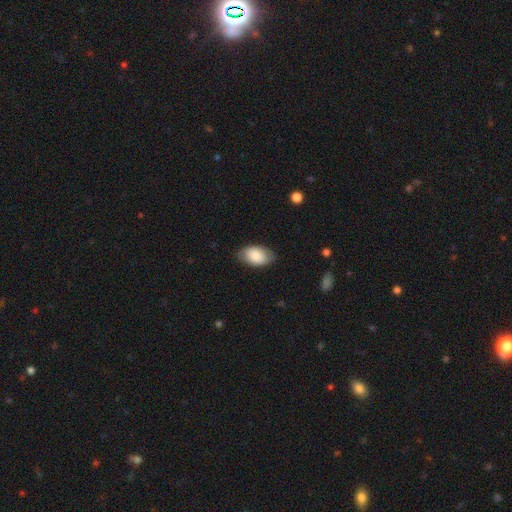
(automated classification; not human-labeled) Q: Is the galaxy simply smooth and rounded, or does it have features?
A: smooth — 83%.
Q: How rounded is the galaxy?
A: in between — 92%.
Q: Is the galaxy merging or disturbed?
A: none — 80%.